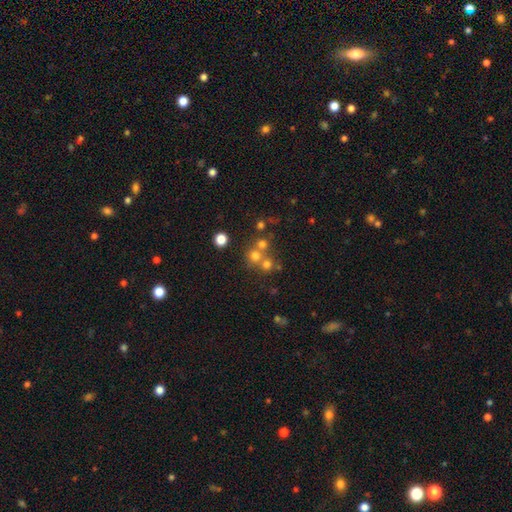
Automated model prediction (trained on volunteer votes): Smooth or featured? smooth (64%)
How rounded? round (89%)
Merging? none (52%)